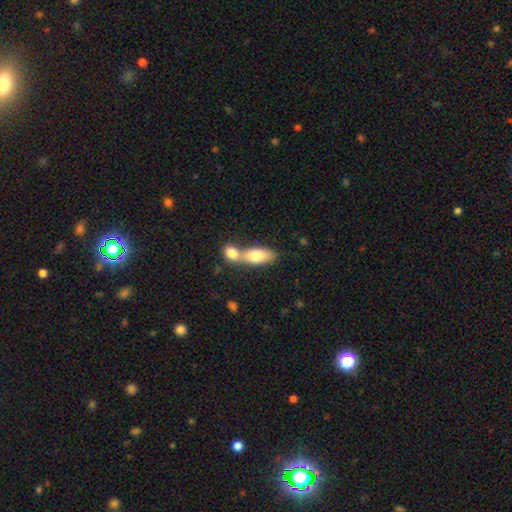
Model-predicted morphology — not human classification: This appears to be a smooth galaxy with no disk features (75%) that is in between round and cigar-shaped (81%). Merging: merger (65%).